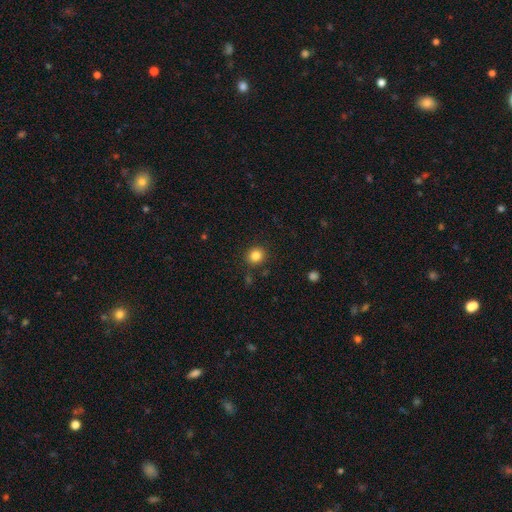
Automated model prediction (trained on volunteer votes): Smooth or featured? Predicted: smooth (p=0.84). How rounded? Predicted: round (p=0.83). Merging? Predicted: none (p=0.89).